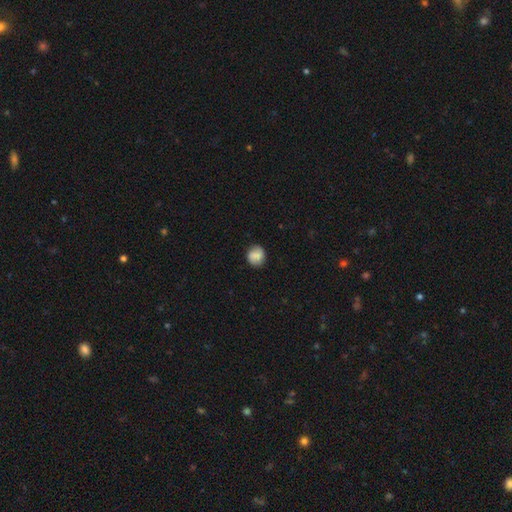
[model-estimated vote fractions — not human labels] smooth_or_featured: smooth (p=0.74) [alt: featured or disk p=0.17]
how_rounded: round (p=0.83) [alt: in between p=0.16]
merging: none (p=0.84) [alt: minor disturbance p=0.12]